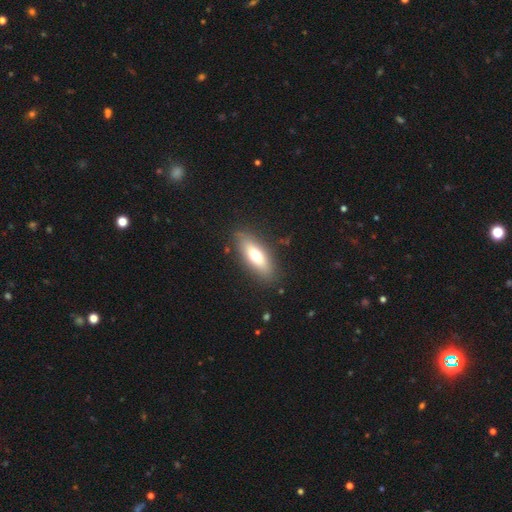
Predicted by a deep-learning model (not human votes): Q: Smooth or featured?
A: smooth (63%); runner-up: featured or disk (30%)
Q: How rounded?
A: in between (66%); runner-up: cigar-shaped (32%)
Q: Merging?
A: none (84%); runner-up: minor disturbance (11%)